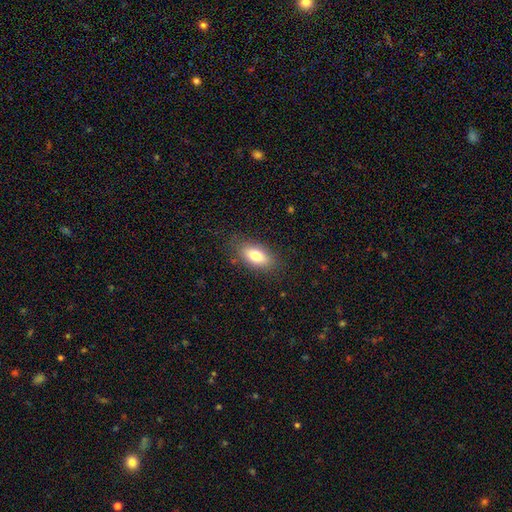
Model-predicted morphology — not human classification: The model was most divided on "smooth or featured": smooth: 80%, featured or disk: 13%, star or artifact: 8%. More confident: how rounded — in between (88%); merging — none (82%).